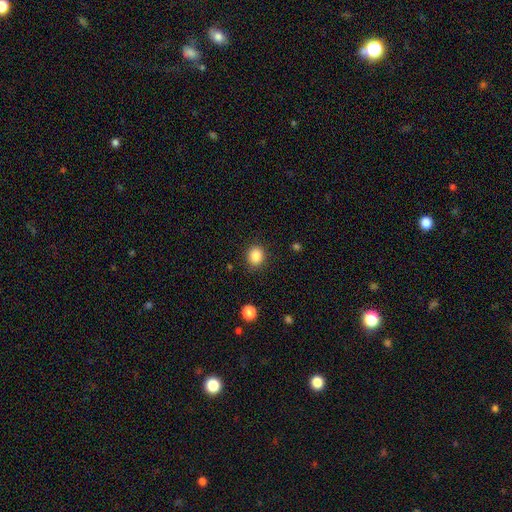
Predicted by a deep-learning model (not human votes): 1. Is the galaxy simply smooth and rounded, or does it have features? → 86% smooth, 10% star or artifact, 4% featured or disk.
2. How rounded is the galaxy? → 68% round, 31% in between, 1% cigar-shaped.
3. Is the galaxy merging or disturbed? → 87% none, 9% minor disturbance, 3% major disturbance, 1% merger.